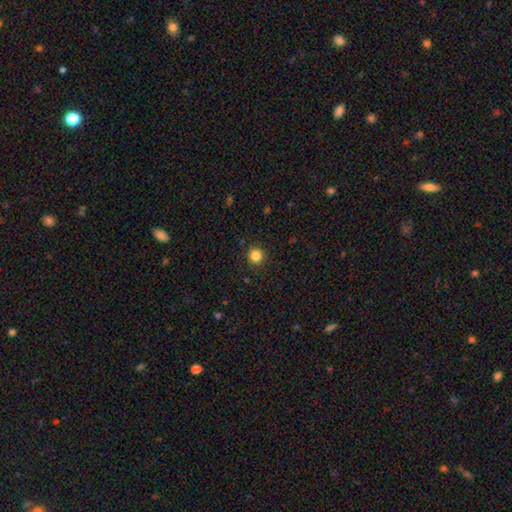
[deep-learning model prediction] This is clearly a smooth galaxy (84%). How rounded: clearly round (93%). Merging: clearly none (92%).